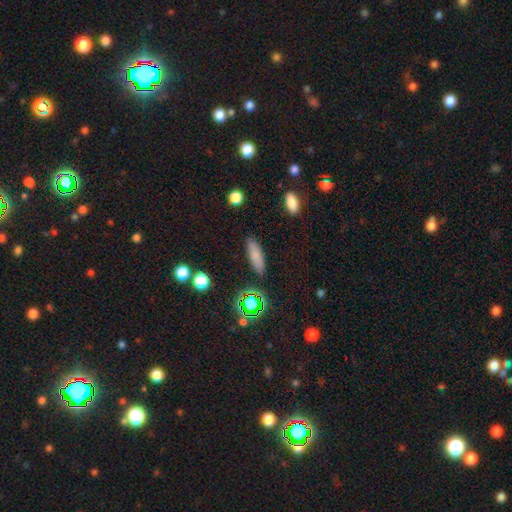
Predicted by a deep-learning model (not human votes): Overall: smooth (80%). How rounded: in between (49%; cigar-shaped 48%). Merging: none (87%).